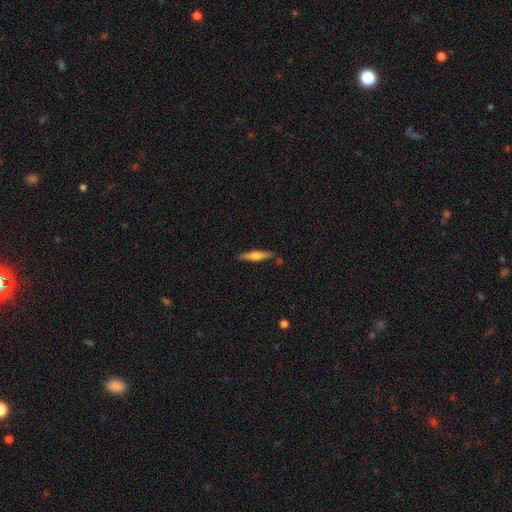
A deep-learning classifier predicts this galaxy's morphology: This is possibly a featured or disk galaxy (48%). Merging: clearly none (84%).